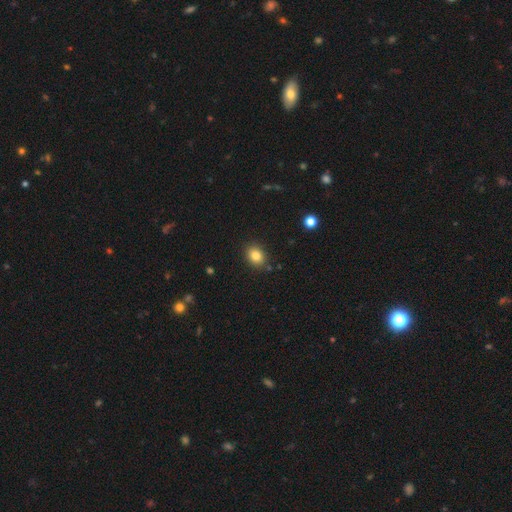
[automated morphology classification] Smooth or featured? Predicted: smooth (p=0.83). How rounded? Predicted: in between (p=0.50). Merging? Predicted: none (p=0.87).